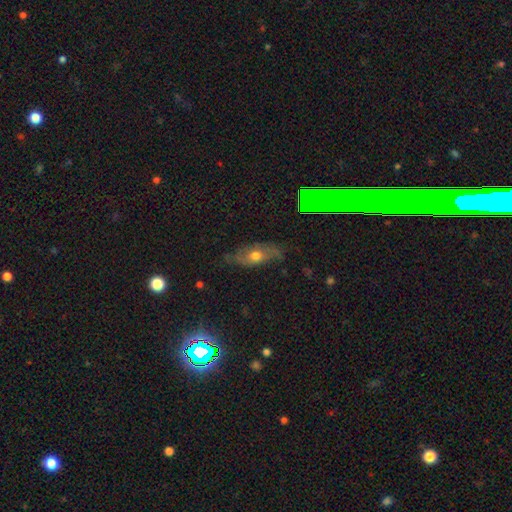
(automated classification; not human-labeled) This is possibly a featured or disk galaxy (46%). Merging: likely none (61%).